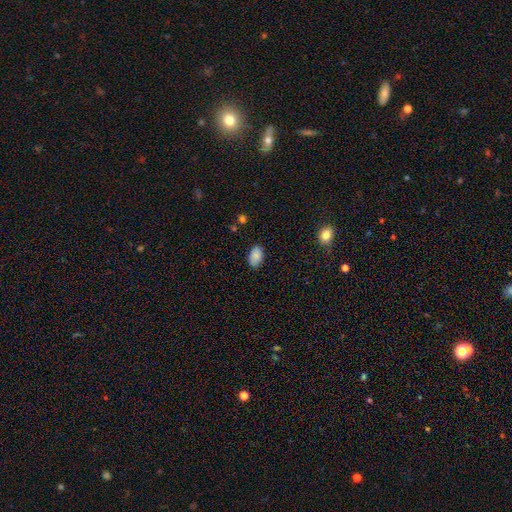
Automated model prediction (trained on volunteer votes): This appears to be a smooth galaxy with no disk features (87%) that is in between round and cigar-shaped (90%). Merging: none (84%).